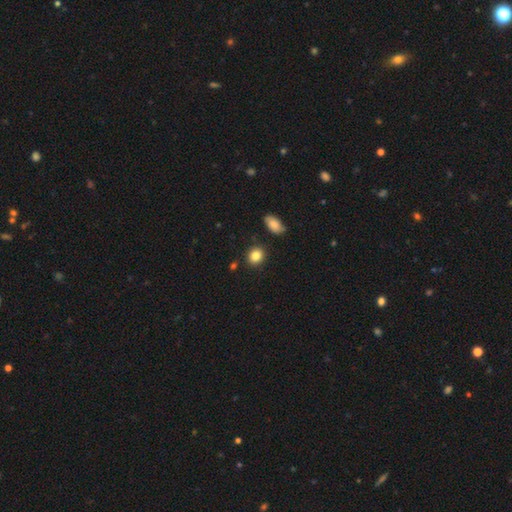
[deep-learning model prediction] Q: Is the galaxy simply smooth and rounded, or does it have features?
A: smooth — 85%.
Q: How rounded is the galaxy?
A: round — 69%.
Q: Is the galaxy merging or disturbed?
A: none — 85%.